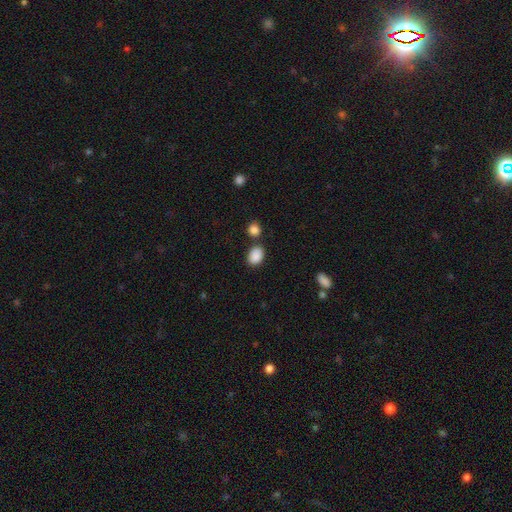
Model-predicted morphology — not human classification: type=smooth (88%); roundness=in between (73%); merging=none (74%).